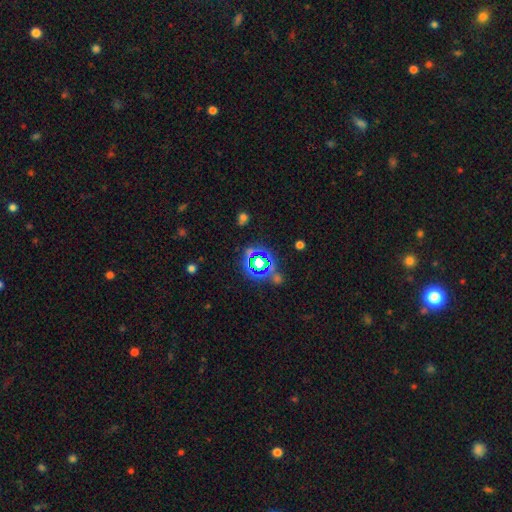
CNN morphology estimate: Q: Smooth or featured?
A: star or artifact (66%); runner-up: smooth (23%)